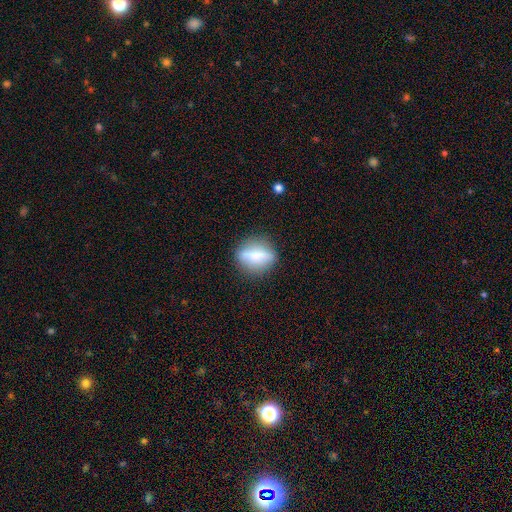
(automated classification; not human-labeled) smooth 52%, featured or disk 38%, star or artifact 10%. Down the decision tree: how rounded — in between (49%); merging — none (80%).